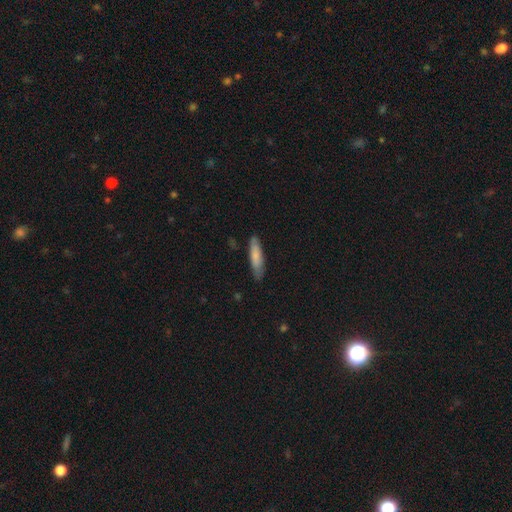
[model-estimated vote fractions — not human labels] Smooth or featured? smooth (75%)
How rounded? cigar-shaped (76%)
Merging? none (81%)